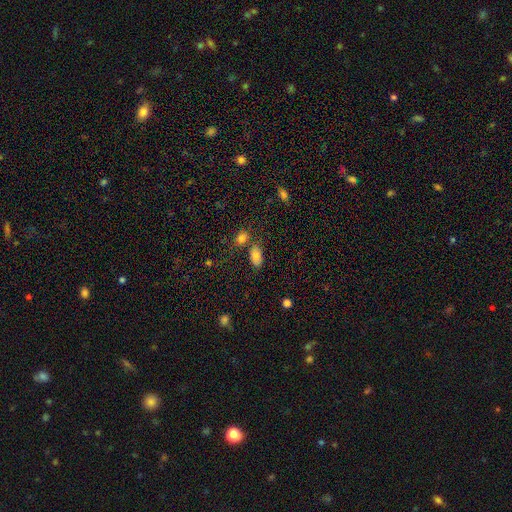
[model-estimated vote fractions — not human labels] smooth 81%, star or artifact 10%, featured or disk 9%. Down the decision tree: how rounded — in between (92%); merging — none (67%).